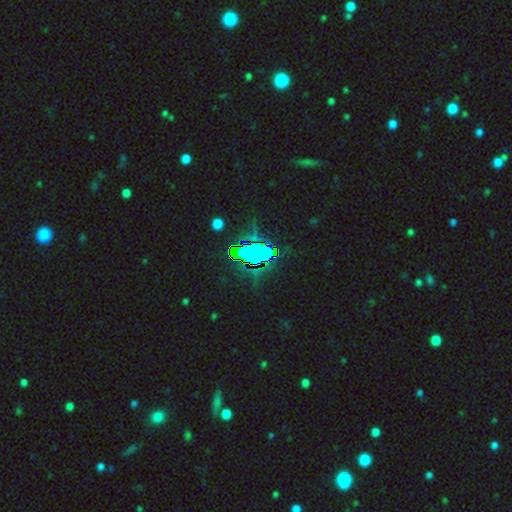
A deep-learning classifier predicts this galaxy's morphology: Smooth or featured?
  - star or artifact: 75% *
  - smooth: 16%
  - featured or disk: 9%